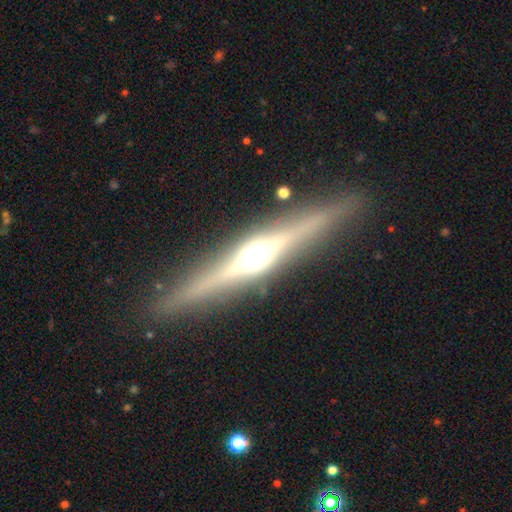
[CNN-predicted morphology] type=featured or disk (80%); edge-on=yes (96%); edge-on bulge=rounded (91%); merging=none (87%).